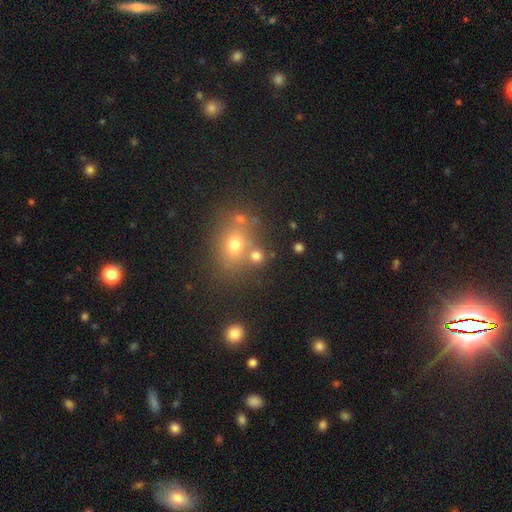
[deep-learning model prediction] This appears to be a smooth galaxy with no disk features (70%) that is round (66%). Merging: none (60%).